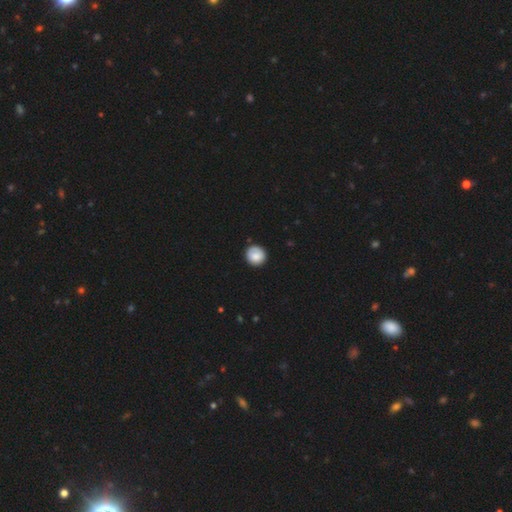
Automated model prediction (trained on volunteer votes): Smooth or featured?
  - smooth: 83% *
  - featured or disk: 9%
  - star or artifact: 8%
How rounded?
  - round: 93% *
  - in between: 6%
  - cigar-shaped: 1%
Merging?
  - none: 86% *
  - minor disturbance: 10%
  - major disturbance: 2%
  - merger: 1%